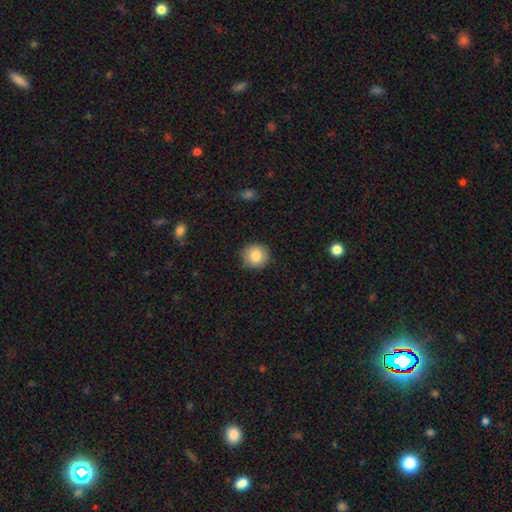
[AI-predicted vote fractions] This is clearly a smooth galaxy (84%). How rounded: clearly round (92%). Merging: clearly none (88%).